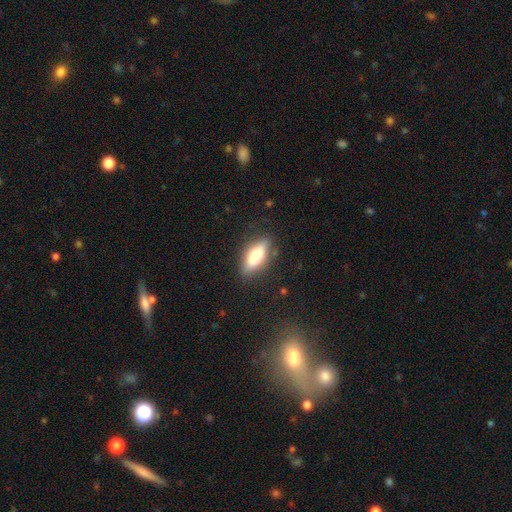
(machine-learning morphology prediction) A smooth galaxy with no disk features (77%) that is in between round and cigar-shaped (71%).

Vote fractions:
- Smooth or featured? smooth: 77% / featured or disk: 16% / star or artifact: 7%
- How rounded? in between: 71% / cigar-shaped: 26% / round: 3%
- Merging? none: 80% / minor disturbance: 14% / major disturbance: 4% / merger: 2%